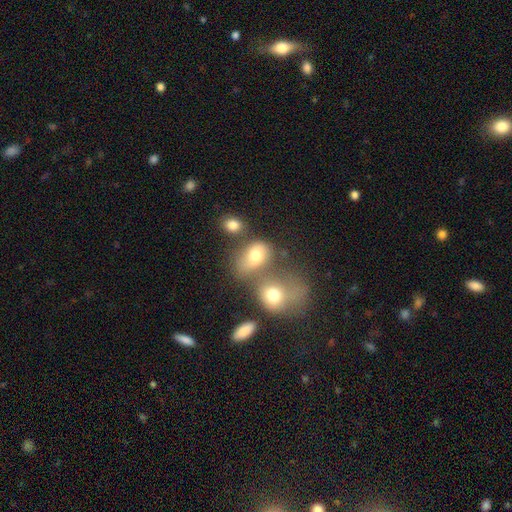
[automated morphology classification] The model was most divided on "merging": merger: 44%, none: 29%, minor disturbance: 13%, major disturbance: 13%. More confident: how rounded — in between (68%); smooth or featured — smooth (67%).